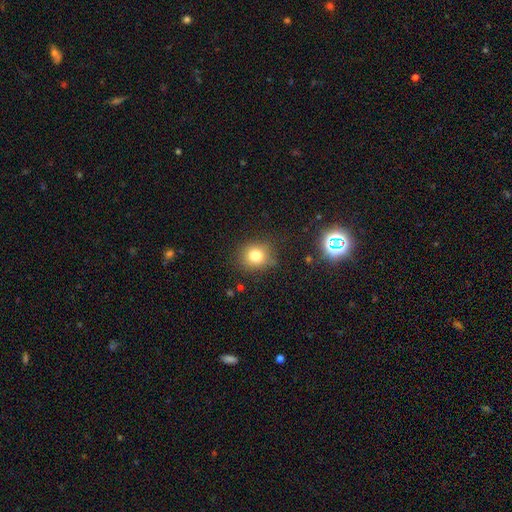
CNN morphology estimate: A smooth galaxy with no disk features (77%) that is round (81%).

Vote fractions:
- Smooth or featured? smooth: 77% / star or artifact: 14% / featured or disk: 8%
- How rounded? round: 81% / in between: 18% / cigar-shaped: 1%
- Merging? none: 80% / minor disturbance: 14% / major disturbance: 4% / merger: 2%